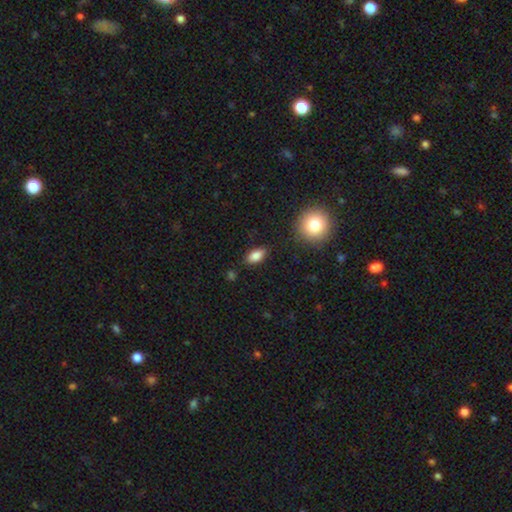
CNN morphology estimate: Overall: smooth (85%). How rounded: in between (90%). Merging: none (85%).